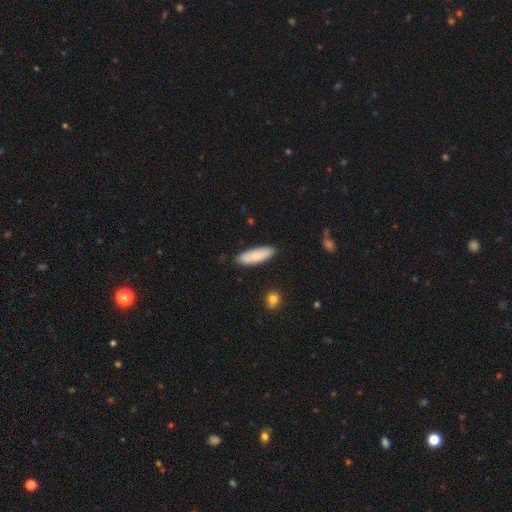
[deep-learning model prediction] Smooth or featured?
  - smooth: 81% *
  - featured or disk: 14%
  - star or artifact: 5%
How rounded?
  - in between: 54% *
  - cigar-shaped: 45%
  - round: 2%
Merging?
  - none: 86% *
  - minor disturbance: 11%
  - major disturbance: 2%
  - merger: 2%